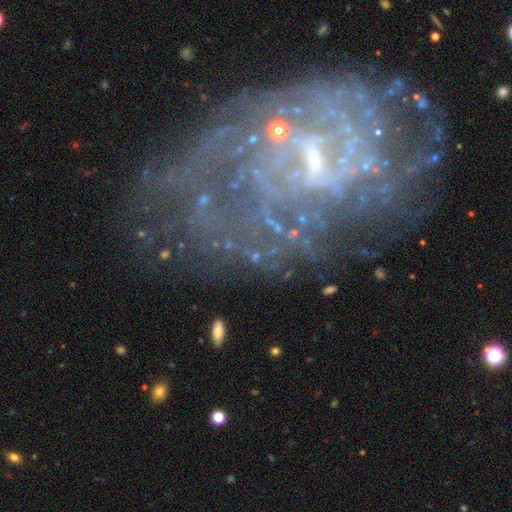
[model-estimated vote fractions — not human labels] Overall: featured or disk (63%). Edge-on disk: no (93%). Bar: no (45%; weak 30%). Spiral arms: yes (75%). Bulge size: small (56%; moderate 21%). Merging: none (64%).